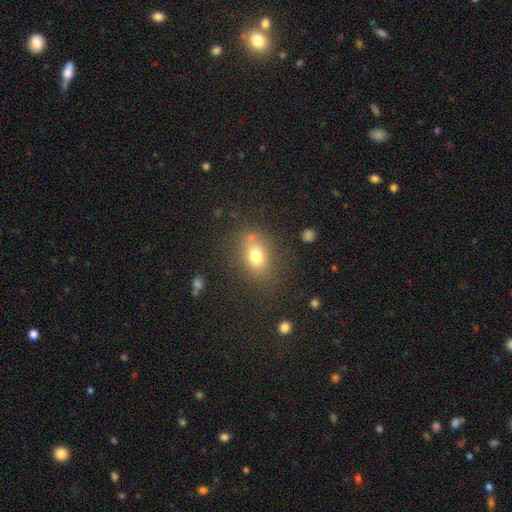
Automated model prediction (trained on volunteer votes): smooth-or-featured: smooth: 75% | featured or disk: 13% | star or artifact: 12%
  how-rounded: in between: 70% | round: 28% | cigar-shaped: 2%
  merging: none: 74% | minor disturbance: 15% | major disturbance: 7% | merger: 4%